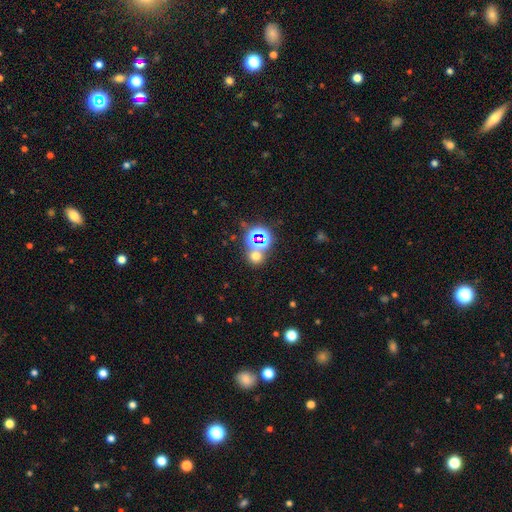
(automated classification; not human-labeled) Smooth or featured: smooth — 48% (star or artifact — 44%)
Merging: none — 66% (merger — 22%)